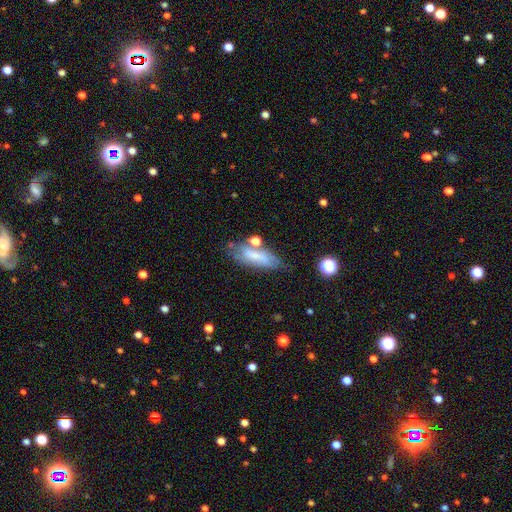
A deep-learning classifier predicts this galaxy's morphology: A smooth galaxy with no disk features (59%) that is in between round and cigar-shaped (61%). Merging: none (54%).